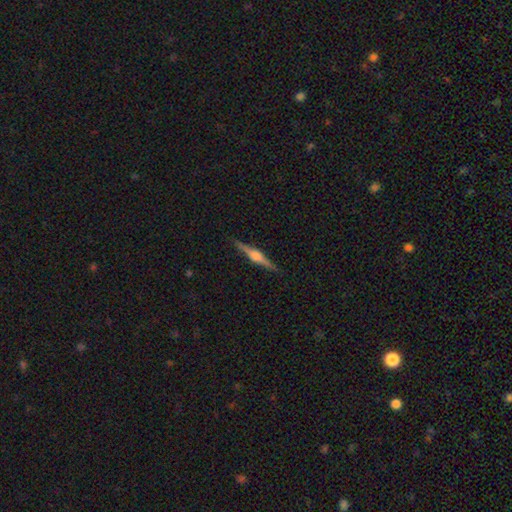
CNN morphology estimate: A featured or disk galaxy (80%) viewed edge-on (98%) with a rounded central bulge (88%).

Vote fractions:
- Smooth or featured? featured or disk: 80% / smooth: 14% / star or artifact: 6%
- Edge-on disk? yes: 98% / no: 2%
- Edge-on bulge? rounded: 88% / boxy: 9% / none: 3%
- Merging? none: 91% / minor disturbance: 6% / major disturbance: 1% / merger: 1%